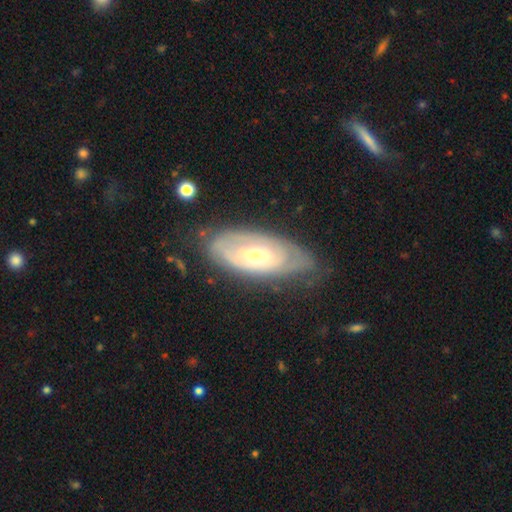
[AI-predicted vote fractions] Smooth or featured?
  - featured or disk: 74% *
  - smooth: 21%
  - star or artifact: 5%
Edge-on disk?
  - no: 89% *
  - yes: 11%
Bar?
  - no: 65% *
  - weak: 27%
  - strong: 7%
Spiral arms?
  - yes: 75% *
  - no: 25%
Bulge size?
  - moderate: 55% *
  - small: 39%
  - large: 4%
  - none: 1%
  - dominant: 1%
Merging?
  - none: 68% *
  - minor disturbance: 23%
  - major disturbance: 8%
  - merger: 2%